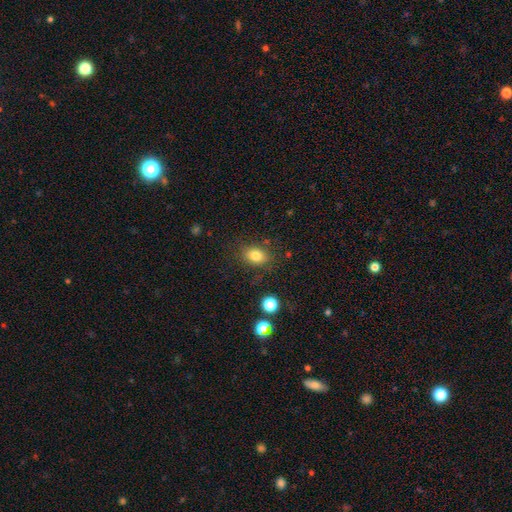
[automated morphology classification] Smooth or featured? Predicted: smooth (p=0.81). How rounded? Predicted: in between (p=0.69). Merging? Predicted: none (p=0.79).